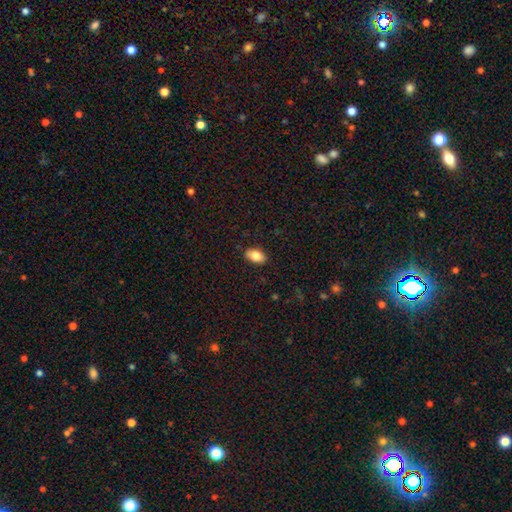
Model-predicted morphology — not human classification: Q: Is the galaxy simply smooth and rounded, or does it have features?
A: smooth — 84%.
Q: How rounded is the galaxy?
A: in between — 92%.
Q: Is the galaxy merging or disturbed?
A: none — 87%.